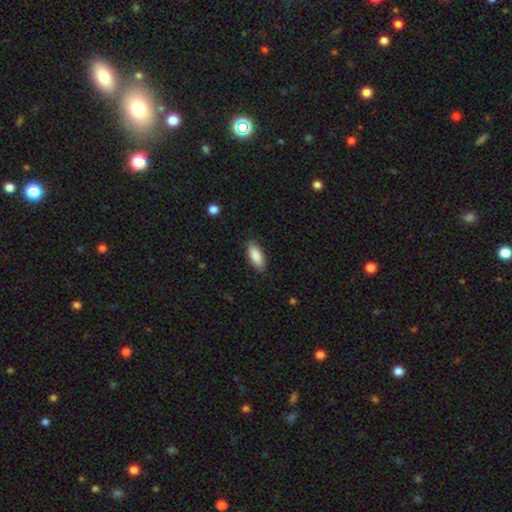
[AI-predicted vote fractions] Q: Smooth or featured?
A: smooth (89%); runner-up: star or artifact (6%)
Q: How rounded?
A: in between (79%); runner-up: cigar-shaped (19%)
Q: Merging?
A: none (87%); runner-up: minor disturbance (10%)